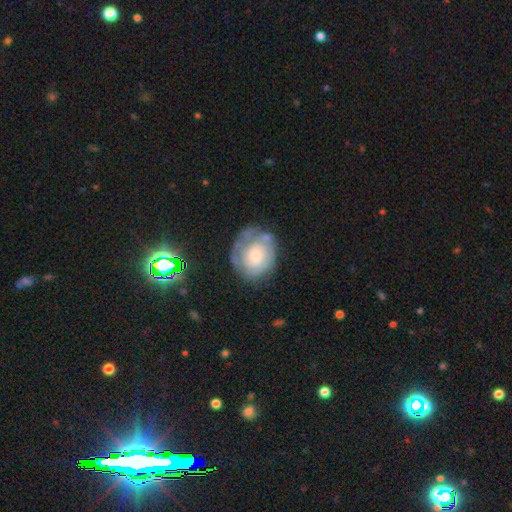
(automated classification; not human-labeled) smooth-or-featured: featured or disk: 65% | smooth: 28% | star or artifact: 7%
  disk-edge-on: no: 97% | yes: 3%
    bar: no: 82% | weak: 16% | strong: 3%
    has-spiral-arms: yes: 74% | no: 26%
    bulge-size: small: 48% | moderate: 31% | large: 12% | none: 6% | dominant: 2%
  merging: none: 61% | minor disturbance: 23% | major disturbance: 12% | merger: 4%